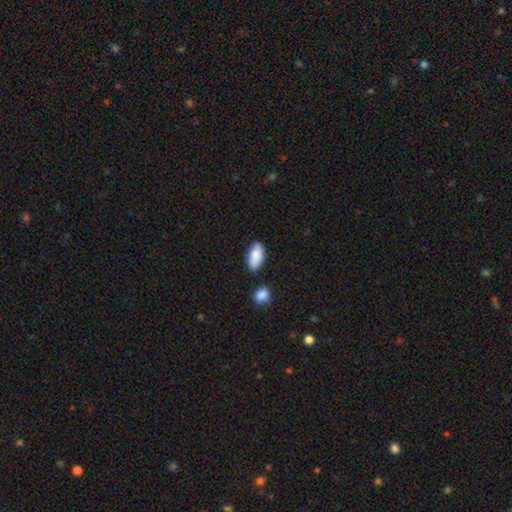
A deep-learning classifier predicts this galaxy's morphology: Smooth or featured?
  - smooth: 86% *
  - featured or disk: 8%
  - star or artifact: 6%
How rounded?
  - in between: 93% *
  - cigar-shaped: 4%
  - round: 3%
Merging?
  - none: 76% *
  - minor disturbance: 15%
  - merger: 6%
  - major disturbance: 3%